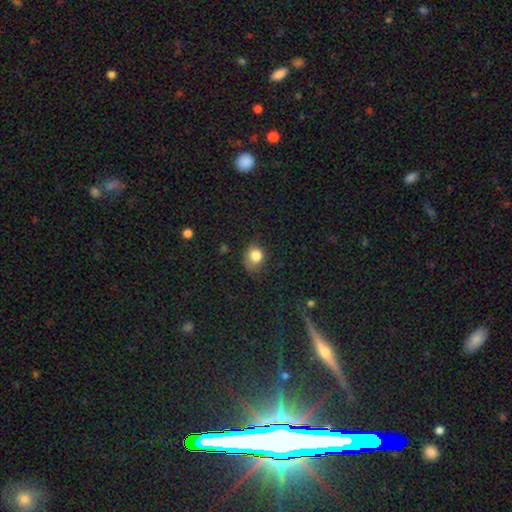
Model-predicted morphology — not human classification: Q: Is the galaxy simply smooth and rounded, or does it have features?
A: smooth — 82%.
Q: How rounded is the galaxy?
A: round — 61%.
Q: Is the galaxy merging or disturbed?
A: none — 57%.